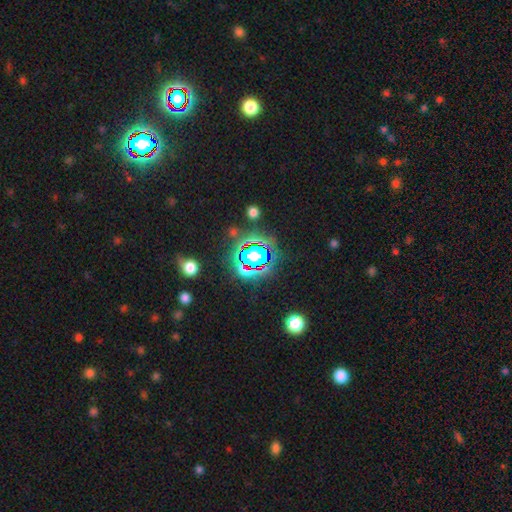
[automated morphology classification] A star or artifact, not a galaxy (82%).

Vote fractions:
- Smooth or featured? star or artifact: 82% / smooth: 11% / featured or disk: 8%